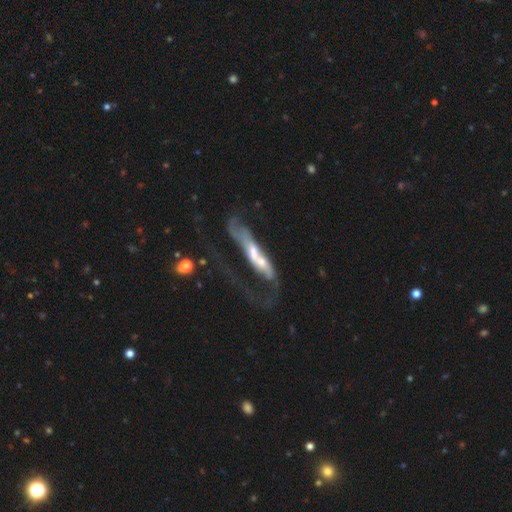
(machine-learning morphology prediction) Q: Smooth or featured?
A: featured or disk (64%); runner-up: smooth (28%)
Q: Edge-on disk?
A: no (67%); runner-up: yes (33%)
Q: Merging?
A: merger (46%); runner-up: major disturbance (33%)